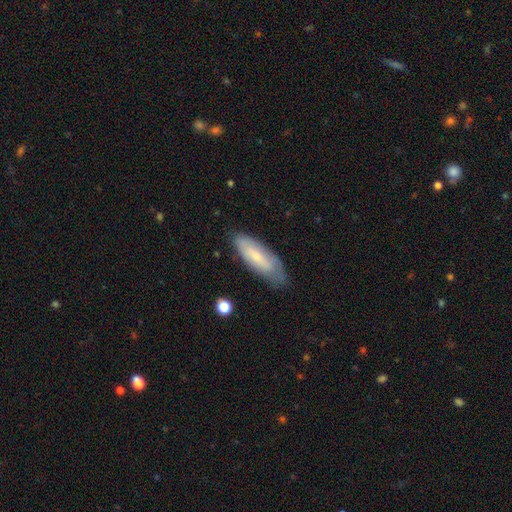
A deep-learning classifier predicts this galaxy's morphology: Smooth or featured?
  - smooth: 60% *
  - featured or disk: 33%
  - star or artifact: 7%
How rounded?
  - in between: 62% *
  - cigar-shaped: 36%
  - round: 2%
Merging?
  - none: 74% *
  - minor disturbance: 20%
  - major disturbance: 5%
  - merger: 2%